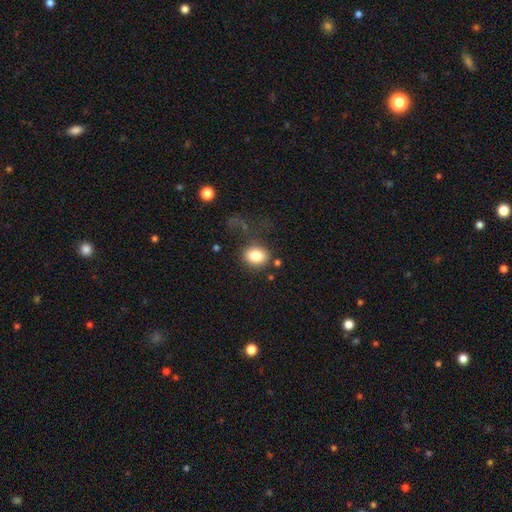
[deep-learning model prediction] A smooth galaxy with no disk features (82%) that is round (54%).

Vote fractions:
- Smooth or featured? smooth: 82% / star or artifact: 9% / featured or disk: 9%
- How rounded? round: 54% / in between: 45% / cigar-shaped: 1%
- Merging? none: 67% / minor disturbance: 16% / major disturbance: 12% / merger: 6%